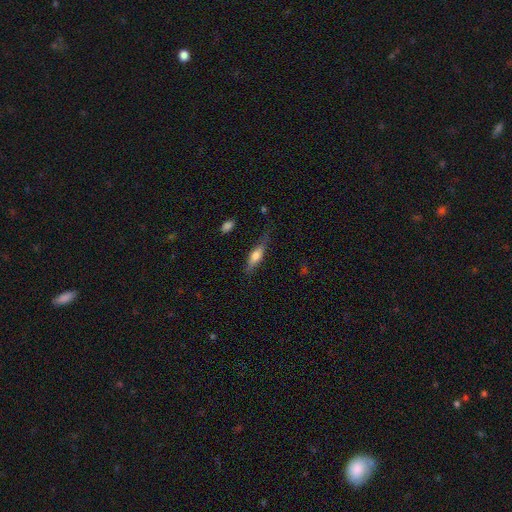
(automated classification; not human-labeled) The model was most divided on "how rounded": cigar-shaped: 56%, in between: 41%, round: 3%. More confident: merging — none (69%); smooth or featured — smooth (55%).